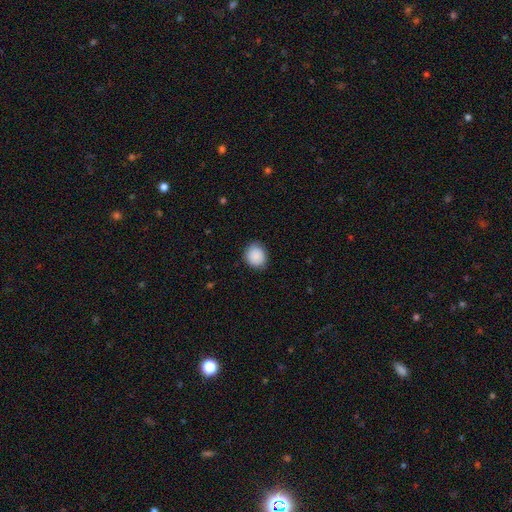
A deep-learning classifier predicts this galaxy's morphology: type=smooth (89%); roundness=round (77%); merging=none (83%).